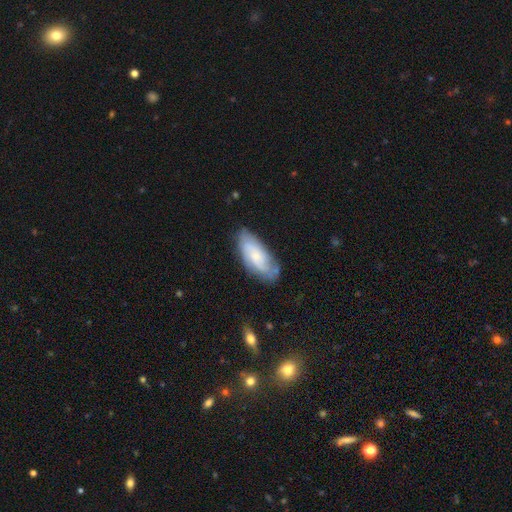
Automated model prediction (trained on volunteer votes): This appears to be a featured or disk galaxy (59%) with no bar (69%), spiral arms (87%) and a small central bulge (64%). Merging: none (71%).